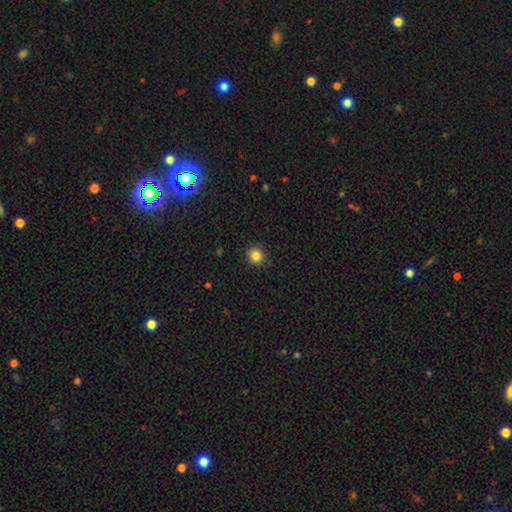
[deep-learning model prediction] smooth-or-featured: smooth: 84% | star or artifact: 11% | featured or disk: 4%
  how-rounded: round: 92% | in between: 7% | cigar-shaped: 1%
  merging: none: 91% | minor disturbance: 6% | major disturbance: 2% | merger: 1%